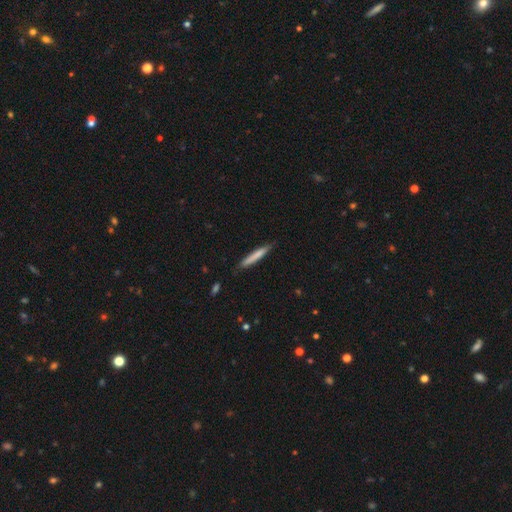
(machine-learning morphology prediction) smooth 73%, featured or disk 22%, star or artifact 6%. Down the decision tree: how rounded — cigar-shaped (95%); merging — none (84%).